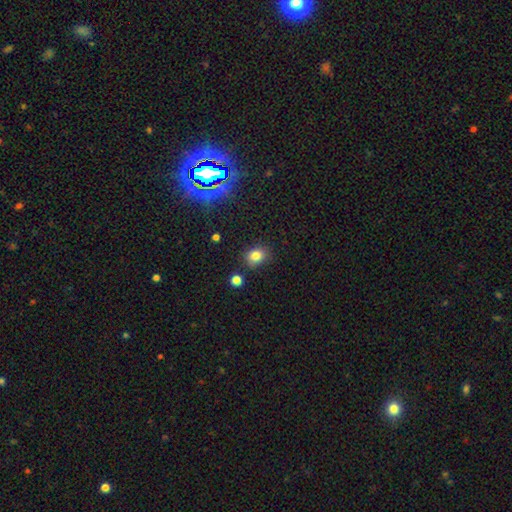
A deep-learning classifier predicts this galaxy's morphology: type=smooth (80%); roundness=round (56%); merging=none (81%).